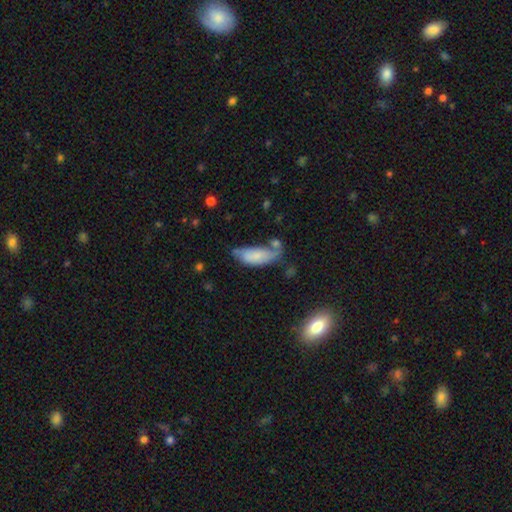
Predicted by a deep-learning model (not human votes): Smooth or featured? smooth (66%)
How rounded? in between (78%)
Merging? none (40%)